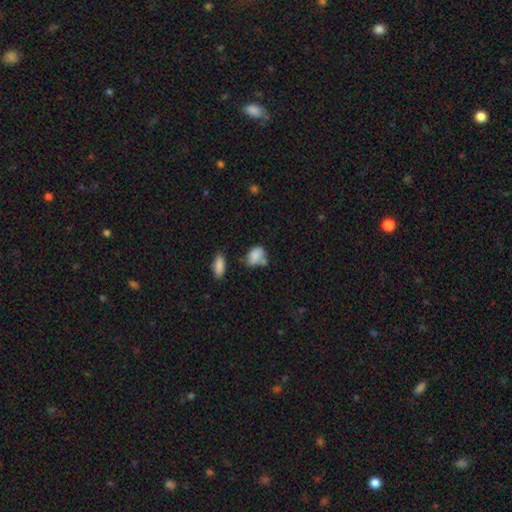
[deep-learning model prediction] Q: Smooth or featured?
A: smooth (80%); runner-up: featured or disk (11%)
Q: How rounded?
A: in between (72%); runner-up: round (26%)
Q: Merging?
A: none (39%); runner-up: minor disturbance (26%)